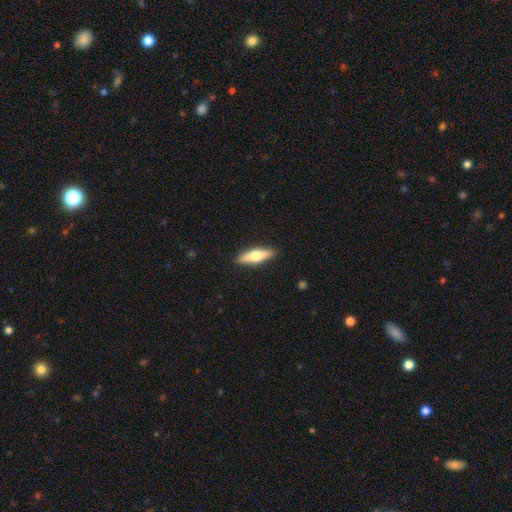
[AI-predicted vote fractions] This appears to be a smooth galaxy with no disk features (52%) that is cigar-shaped (66%). Merging: none (90%).